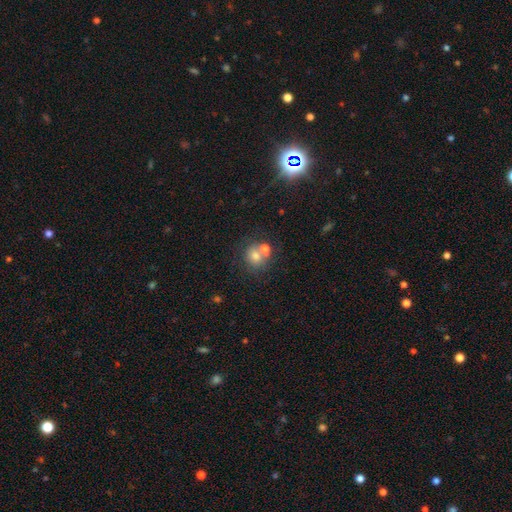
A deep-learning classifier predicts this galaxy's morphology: Smooth or featured?
  - smooth: 69% *
  - featured or disk: 16%
  - star or artifact: 15%
How rounded?
  - round: 79% *
  - in between: 20%
  - cigar-shaped: 1%
Merging?
  - none: 50% *
  - merger: 36%
  - minor disturbance: 10%
  - major disturbance: 5%